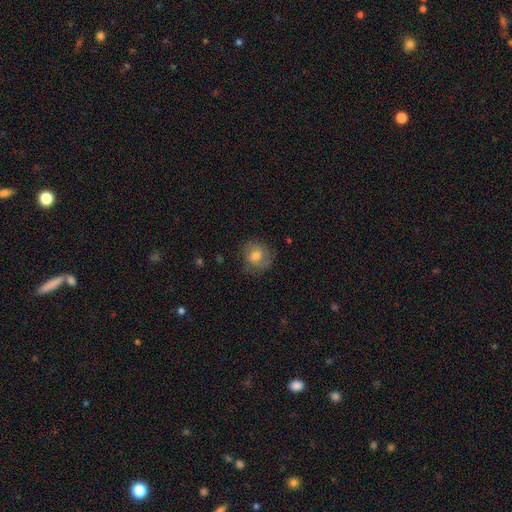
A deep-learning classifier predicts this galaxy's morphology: Q: Smooth or featured?
A: smooth (61%); runner-up: featured or disk (29%)
Q: How rounded?
A: round (82%); runner-up: in between (17%)
Q: Merging?
A: none (75%); runner-up: minor disturbance (18%)